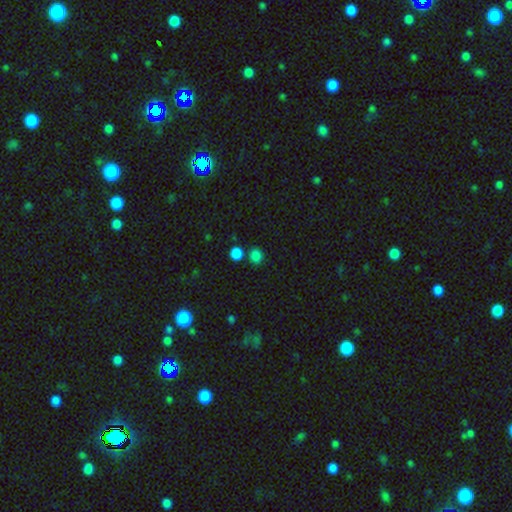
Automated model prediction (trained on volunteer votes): A smooth galaxy with no disk features (81%) that is round (75%). Merging: none (71%).